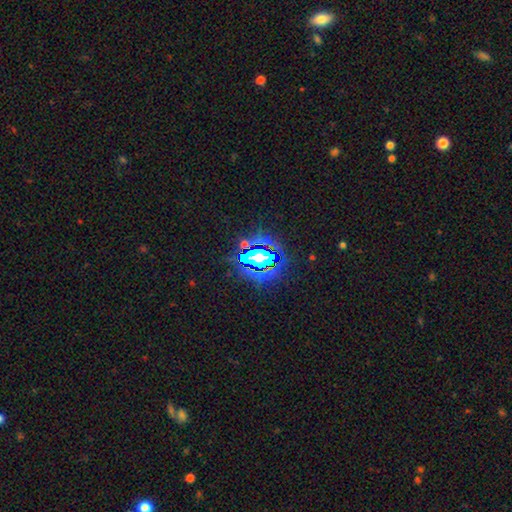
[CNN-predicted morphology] Smooth or featured?
  - star or artifact: 83% *
  - smooth: 11%
  - featured or disk: 6%